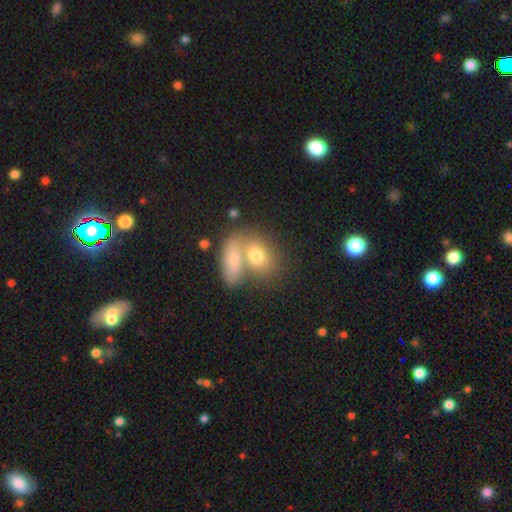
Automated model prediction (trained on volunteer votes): smooth_or_featured: smooth (p=0.73) [alt: featured or disk p=0.19]
how_rounded: in between (p=0.67) [alt: round p=0.30]
merging: merger (p=0.51) [alt: none p=0.35]